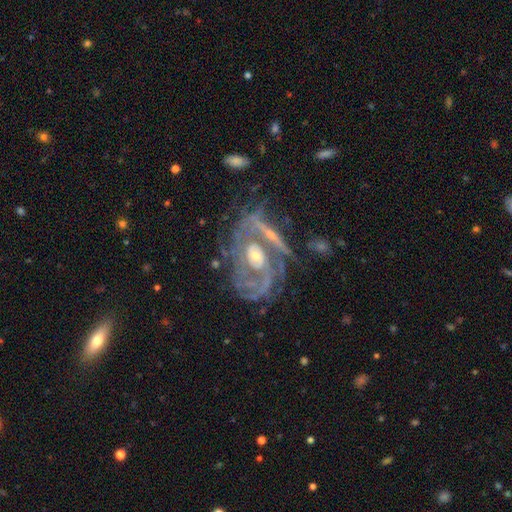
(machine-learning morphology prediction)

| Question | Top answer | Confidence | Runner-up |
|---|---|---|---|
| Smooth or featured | featured or disk | 86% | star or artifact (7%) |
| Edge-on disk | no | 94% | yes (6%) |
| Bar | no | 46% | weak (35%) |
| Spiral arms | yes | 88% | no (12%) |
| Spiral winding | tight | 51% | medium (36%) |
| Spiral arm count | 2 | 42% | can't tell (28%) |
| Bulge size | moderate | 56% | small (37%) |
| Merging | none | 48% | minor disturbance (19%) |